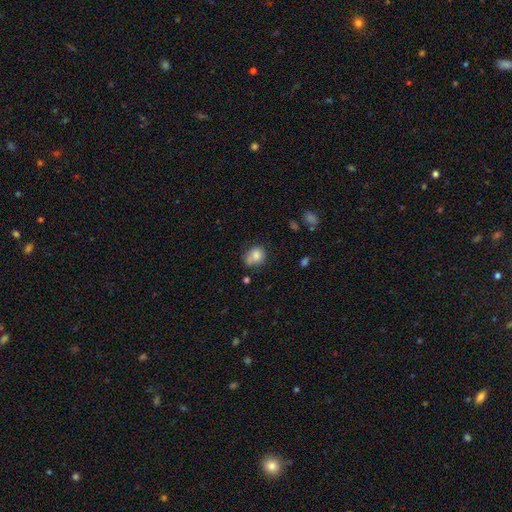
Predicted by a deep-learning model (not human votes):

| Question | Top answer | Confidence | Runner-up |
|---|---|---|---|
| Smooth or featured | smooth | 80% | featured or disk (10%) |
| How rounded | round | 62% | in between (37%) |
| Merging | none | 50% | minor disturbance (29%) |